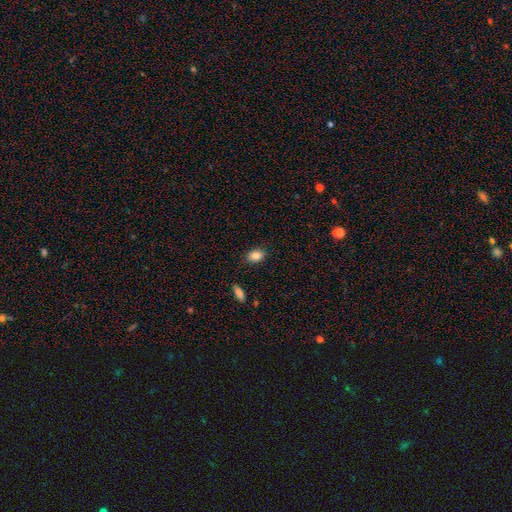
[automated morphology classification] Smooth or featured: smooth — 86% (star or artifact — 8%)
How rounded: in between — 80% (round — 19%)
Merging: none — 85% (minor disturbance — 11%)